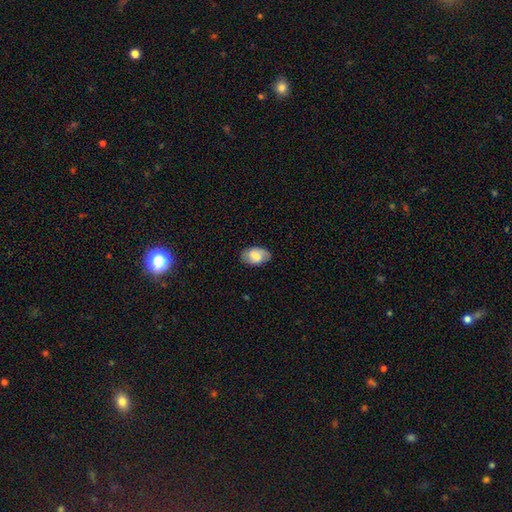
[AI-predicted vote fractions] smooth_or_featured: smooth (p=0.62) [alt: featured or disk p=0.30]
how_rounded: in between (p=0.89) [alt: round p=0.10]
merging: none (p=0.79) [alt: minor disturbance p=0.16]